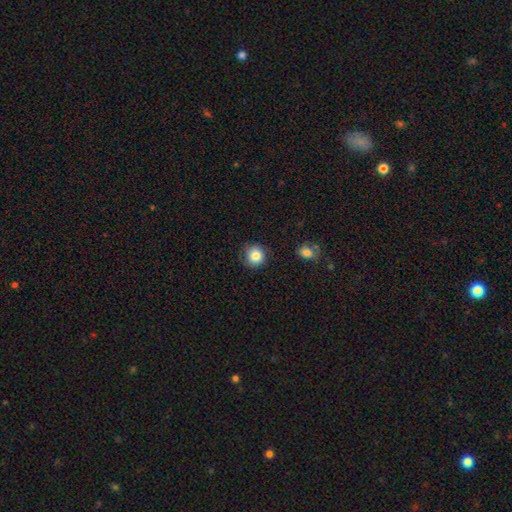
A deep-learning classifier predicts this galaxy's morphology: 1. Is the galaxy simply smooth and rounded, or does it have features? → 83% smooth, 9% star or artifact, 8% featured or disk.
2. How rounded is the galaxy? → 90% round, 10% in between, 1% cigar-shaped.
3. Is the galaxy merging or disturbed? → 75% none, 18% minor disturbance, 5% major disturbance, 2% merger.